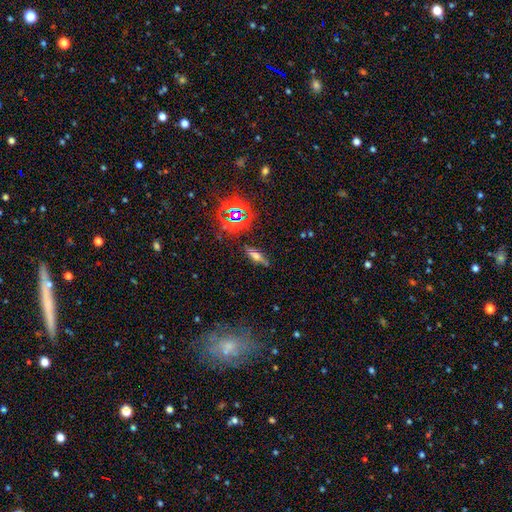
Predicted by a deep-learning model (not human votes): Morphology: type=smooth (46%); merging=none (73%).